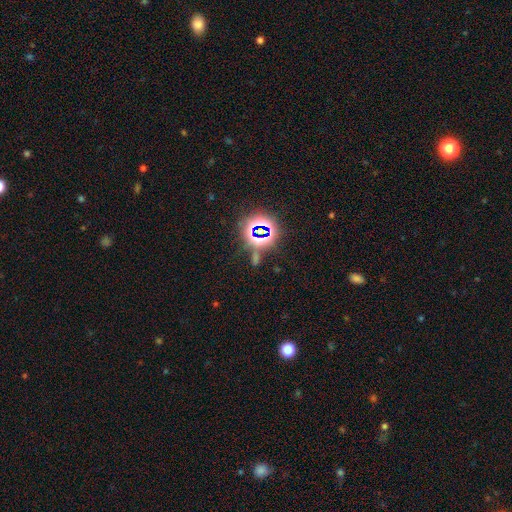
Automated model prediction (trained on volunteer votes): Smooth or featured?
  - star or artifact: 76% *
  - smooth: 15%
  - featured or disk: 9%